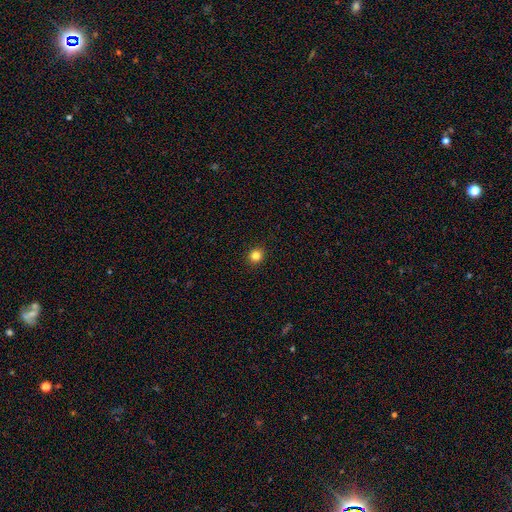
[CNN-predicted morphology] Overall: smooth (83%). How rounded: round (89%). Merging: none (93%).